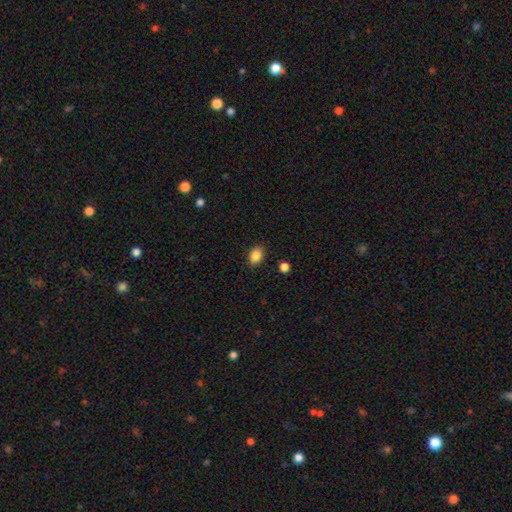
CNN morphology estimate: smooth 86%, star or artifact 9%, featured or disk 5%. Down the decision tree: how rounded — in between (75%); merging — none (86%).